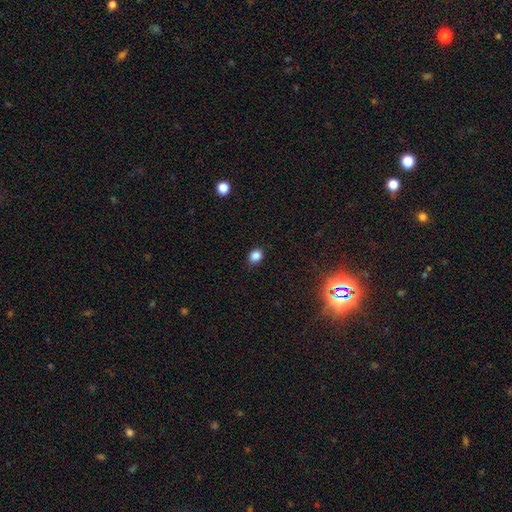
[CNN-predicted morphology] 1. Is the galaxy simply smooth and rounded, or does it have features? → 85% smooth, 11% star or artifact, 3% featured or disk.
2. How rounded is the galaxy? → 55% in between, 44% round, 1% cigar-shaped.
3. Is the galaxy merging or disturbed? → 89% none, 8% minor disturbance, 2% major disturbance, 1% merger.